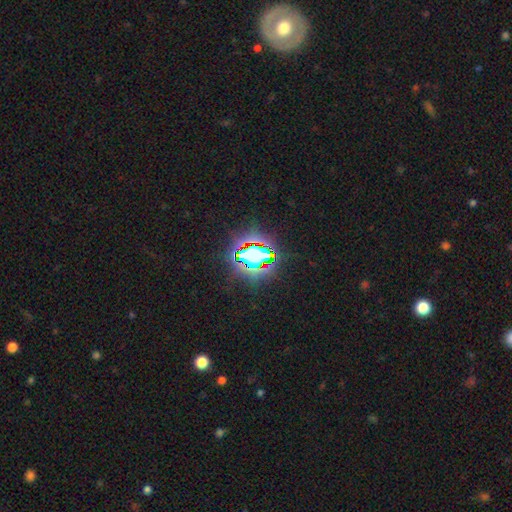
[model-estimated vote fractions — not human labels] star or artifact 65%, smooth 22%, featured or disk 13%.